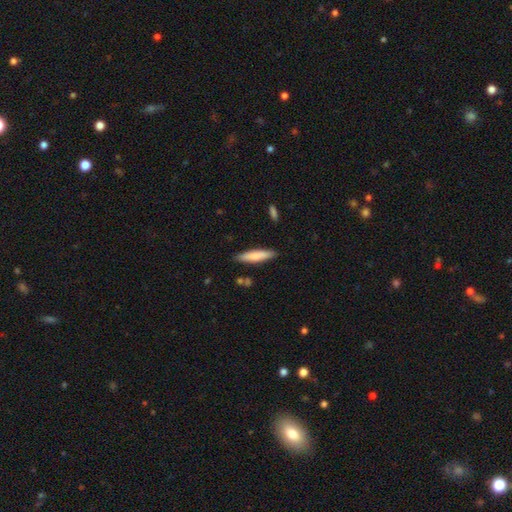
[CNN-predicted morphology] The model was most divided on "smooth or featured": smooth: 77%, featured or disk: 18%, star or artifact: 5%. More confident: merging — none (87%); how rounded — cigar-shaped (83%).